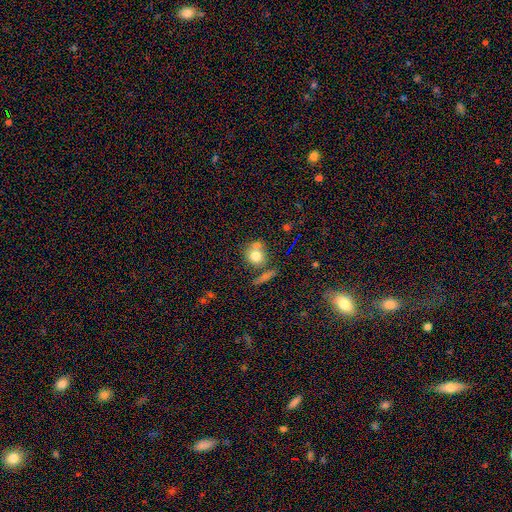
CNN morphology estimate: Smooth or featured: smooth — 74% (featured or disk — 15%)
How rounded: round — 80% (in between — 18%)
Merging: none — 50% (merger — 34%)